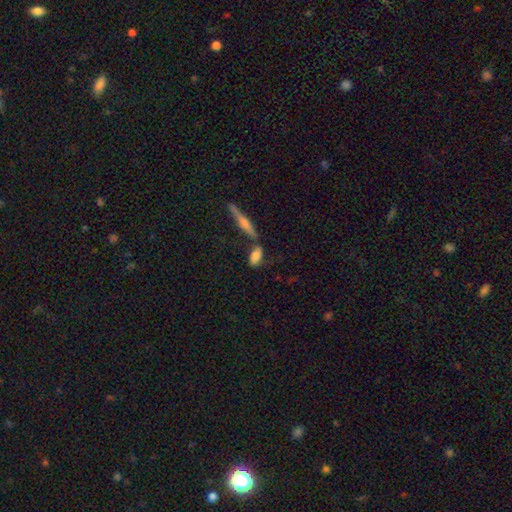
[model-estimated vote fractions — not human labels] The model was most divided on "merging": none: 56%, minor disturbance: 19%, merger: 18%, major disturbance: 7%. More confident: how rounded — in between (81%); smooth or featured — smooth (70%).